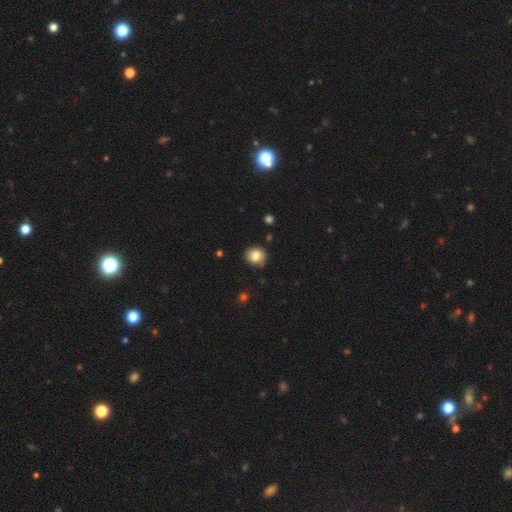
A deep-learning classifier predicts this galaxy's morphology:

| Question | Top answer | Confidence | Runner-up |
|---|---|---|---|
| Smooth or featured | smooth | 82% | star or artifact (10%) |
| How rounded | round | 80% | in between (19%) |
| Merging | none | 85% | minor disturbance (11%) |